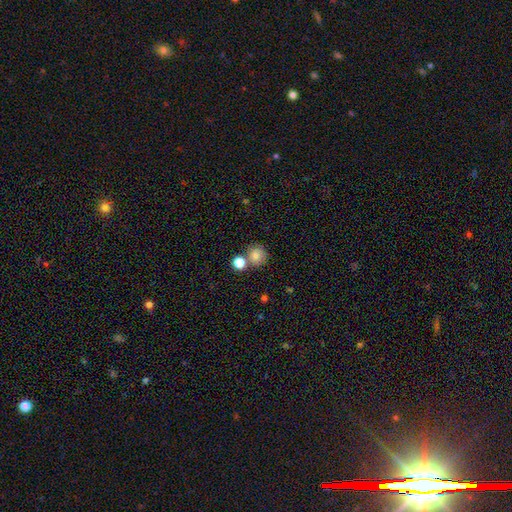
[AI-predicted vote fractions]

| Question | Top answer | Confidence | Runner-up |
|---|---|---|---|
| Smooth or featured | smooth | 82% | star or artifact (11%) |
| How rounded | round | 89% | in between (10%) |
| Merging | none | 65% | merger (22%) |